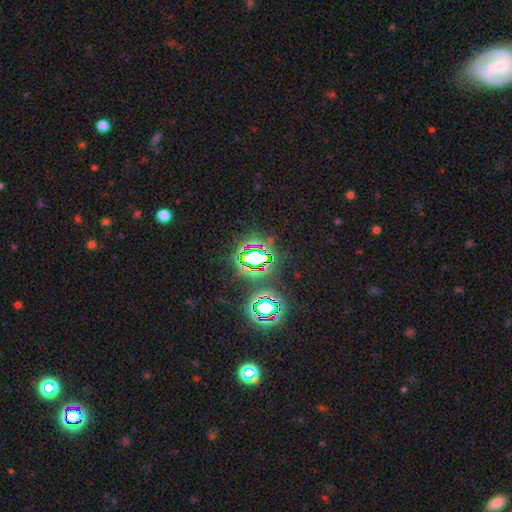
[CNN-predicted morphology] A star or artifact, not a galaxy (74%).